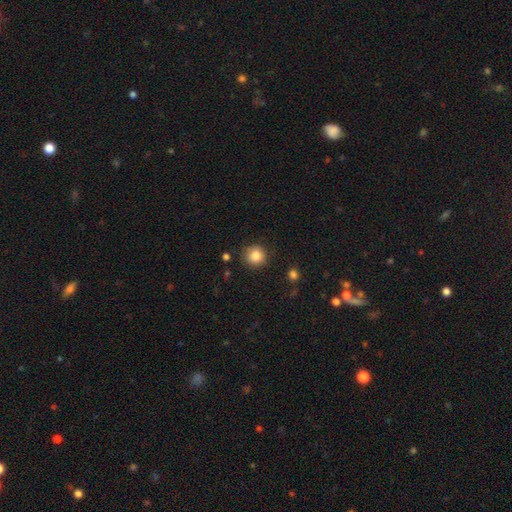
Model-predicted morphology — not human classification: A smooth galaxy with no disk features (85%) that is round (91%).

Vote fractions:
- Smooth or featured? smooth: 85% / star or artifact: 10% / featured or disk: 5%
- How rounded? round: 91% / in between: 8% / cigar-shaped: 1%
- Merging? none: 86% / minor disturbance: 10% / major disturbance: 3% / merger: 2%